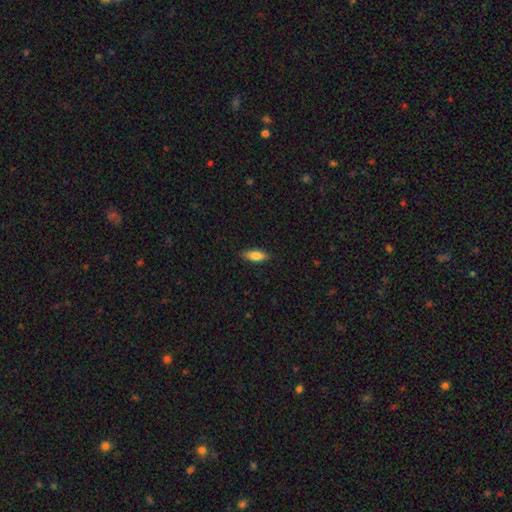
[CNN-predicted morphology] Q: Smooth or featured?
A: smooth (76%); runner-up: featured or disk (17%)
Q: How rounded?
A: in between (67%); runner-up: cigar-shaped (31%)
Q: Merging?
A: none (86%); runner-up: minor disturbance (10%)